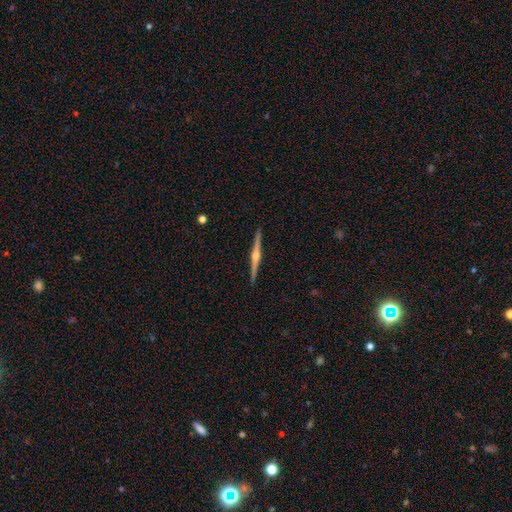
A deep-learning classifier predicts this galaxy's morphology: Smooth or featured? Predicted: featured or disk (p=0.85). Edge-on disk? Predicted: yes (p=0.99). Edge-on bulge? Predicted: rounded (p=0.93). Merging? Predicted: none (p=0.93).